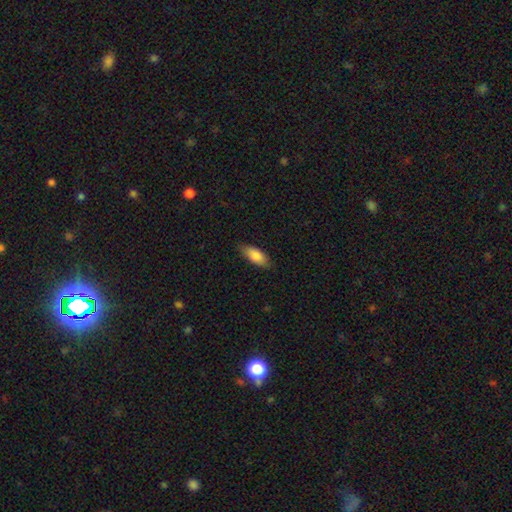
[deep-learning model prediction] smooth 85%, featured or disk 9%, star or artifact 6%. Down the decision tree: how rounded — in between (82%); merging — none (82%).